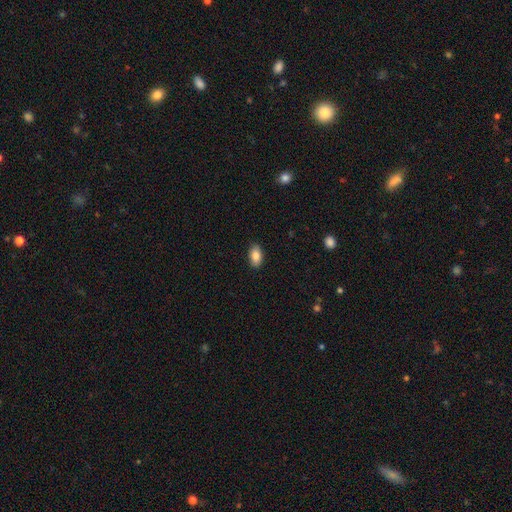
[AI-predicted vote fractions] The model was most divided on "smooth or featured": smooth: 86%, star or artifact: 7%, featured or disk: 7%. More confident: how rounded — in between (92%); merging — none (88%).